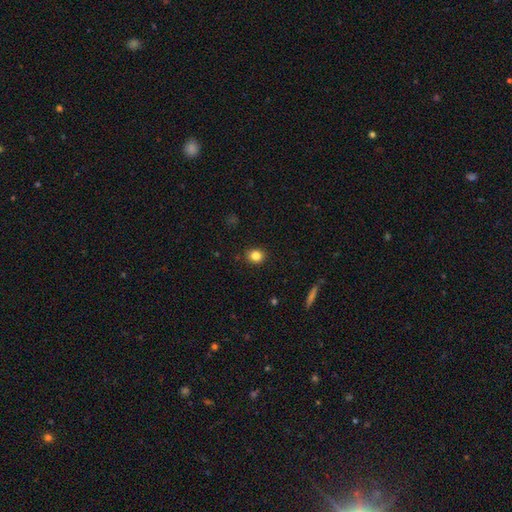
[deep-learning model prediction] smooth 83%, star or artifact 12%, featured or disk 6%. Down the decision tree: how rounded — round (78%); merging — none (89%).